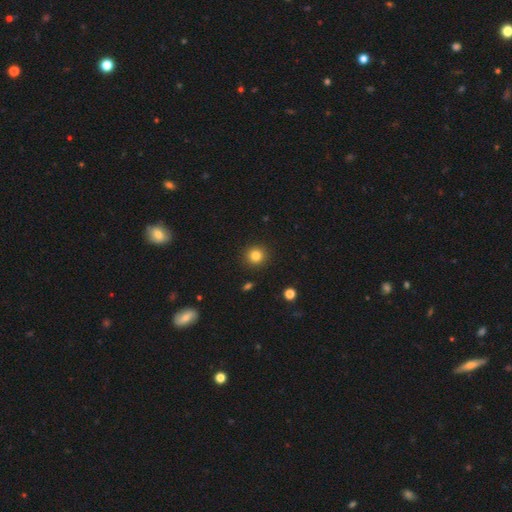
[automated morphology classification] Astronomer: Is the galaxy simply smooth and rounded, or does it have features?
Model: smooth — 83%.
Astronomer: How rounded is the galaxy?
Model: round — 92%.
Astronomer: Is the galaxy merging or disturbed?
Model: none — 91%.